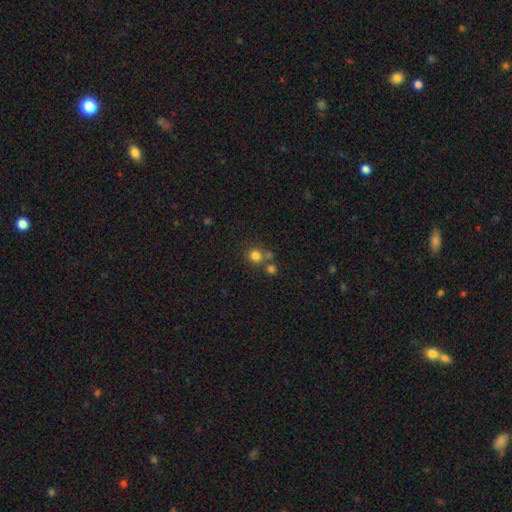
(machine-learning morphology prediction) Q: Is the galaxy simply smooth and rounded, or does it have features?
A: smooth — 79%.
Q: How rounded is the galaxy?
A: round — 91%.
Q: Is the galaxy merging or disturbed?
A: none — 66%.